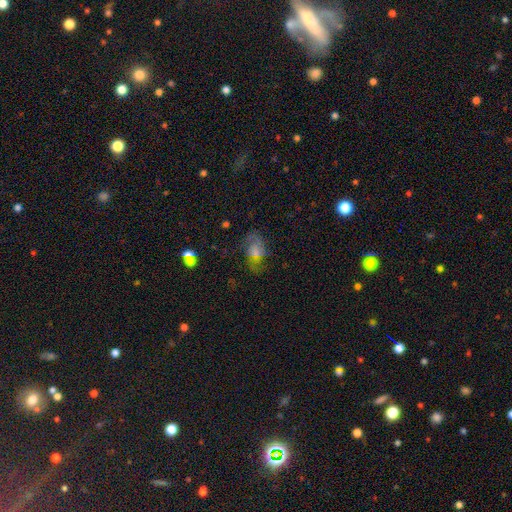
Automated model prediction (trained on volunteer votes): A featured or disk galaxy (53%). Merging: none (66%).